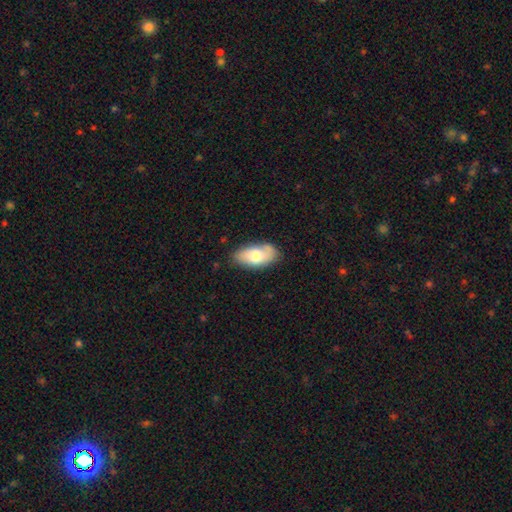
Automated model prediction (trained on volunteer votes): Smooth or featured? Predicted: smooth (p=0.70). How rounded? Predicted: in between (p=0.94). Merging? Predicted: none (p=0.68).